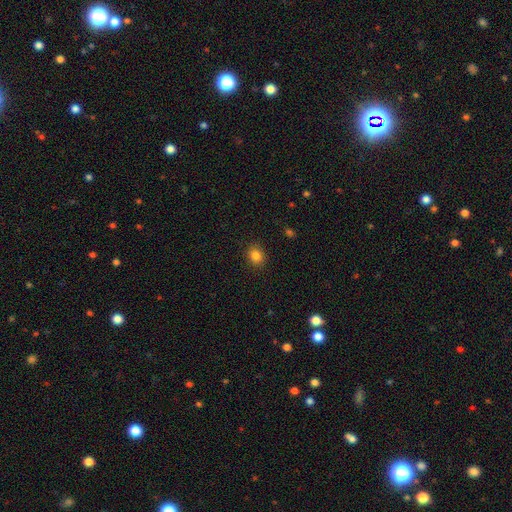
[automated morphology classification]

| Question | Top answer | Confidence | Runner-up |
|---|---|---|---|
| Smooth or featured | smooth | 84% | star or artifact (11%) |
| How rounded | round | 70% | in between (29%) |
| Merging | none | 90% | minor disturbance (7%) |